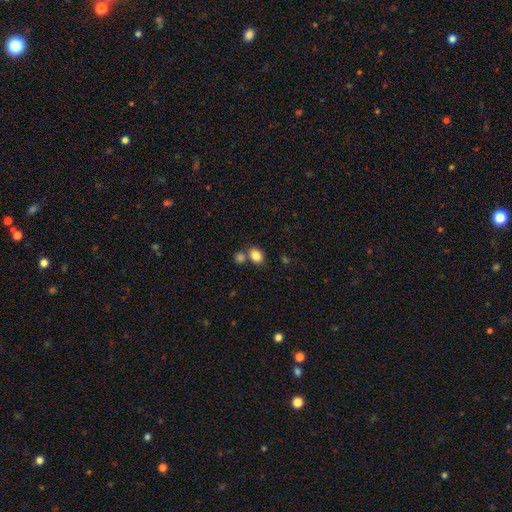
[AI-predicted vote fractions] This appears to be a smooth galaxy with no disk features (85%) that is in between round and cigar-shaped (53%). Merging: none (59%).